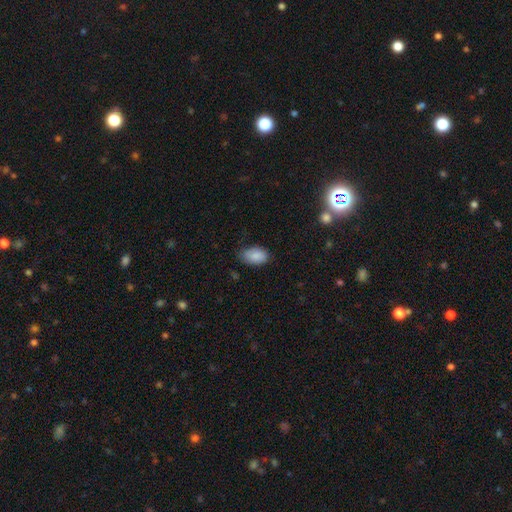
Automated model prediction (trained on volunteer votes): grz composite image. It shows a smooth galaxy with no disk features (86%) that is in between round and cigar-shaped (91%). Merging: none (67%).